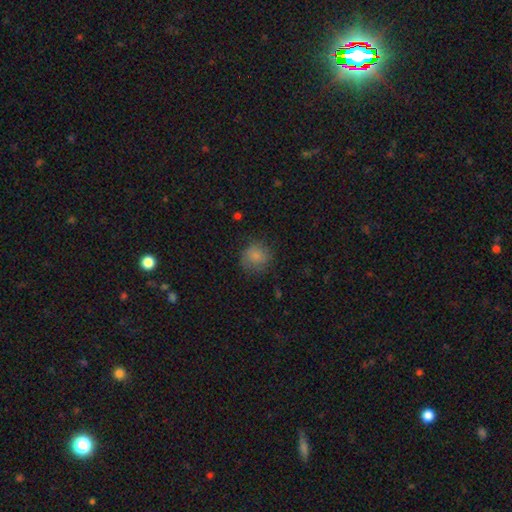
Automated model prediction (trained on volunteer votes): smooth-or-featured: smooth: 83% | star or artifact: 9% | featured or disk: 8%
  how-rounded: round: 86% | in between: 13% | cigar-shaped: 1%
  merging: none: 75% | minor disturbance: 17% | major disturbance: 6% | merger: 1%